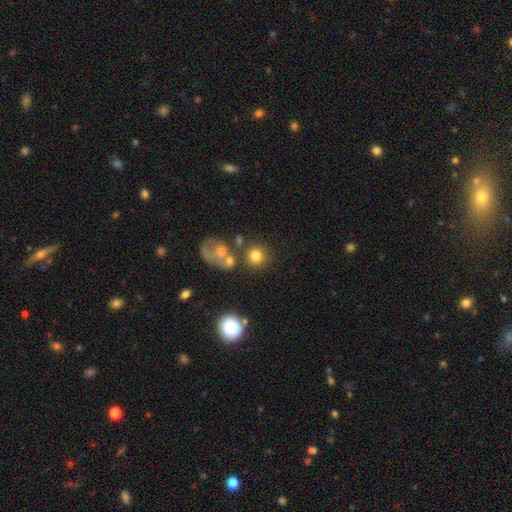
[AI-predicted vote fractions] Q: Smooth or featured?
A: smooth (75%); runner-up: star or artifact (13%)
Q: How rounded?
A: round (89%); runner-up: in between (10%)
Q: Merging?
A: none (66%); runner-up: merger (16%)